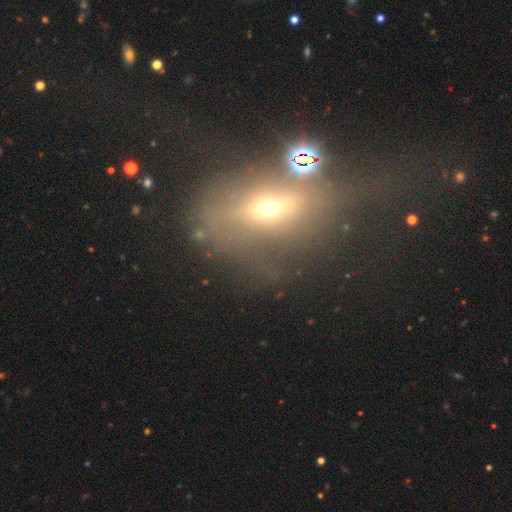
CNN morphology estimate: smooth-or-featured: featured or disk: 45% | smooth: 34% | star or artifact: 21%
  merging: major disturbance: 38% | none: 28% | minor disturbance: 18% | merger: 17%